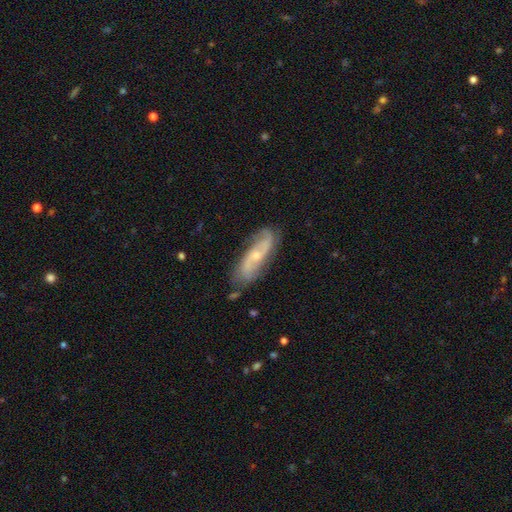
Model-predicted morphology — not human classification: This appears to be a featured or disk galaxy (76%) with no bar (51%), 2 (79%) medium (43%) spiral arms (94%) and a small central bulge (59%). Merging: none (75%).